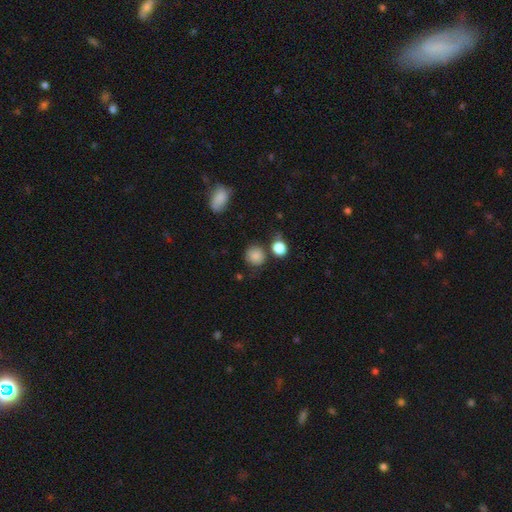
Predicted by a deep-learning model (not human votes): This appears to be a smooth galaxy with no disk features (83%) that is round (86%). Merging: none (69%).